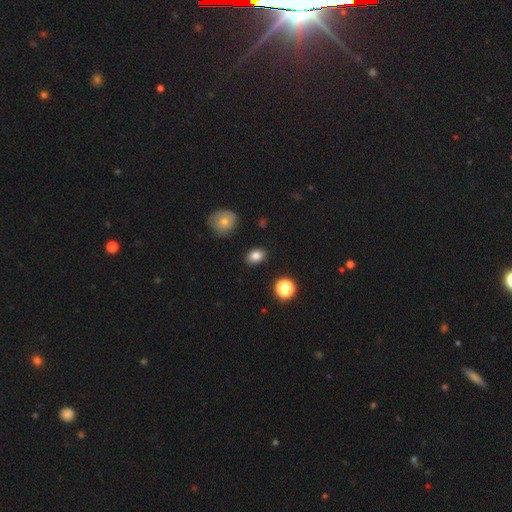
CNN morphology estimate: Q: Smooth or featured?
A: smooth (83%); runner-up: star or artifact (11%)
Q: How rounded?
A: in between (79%); runner-up: round (20%)
Q: Merging?
A: none (87%); runner-up: minor disturbance (9%)